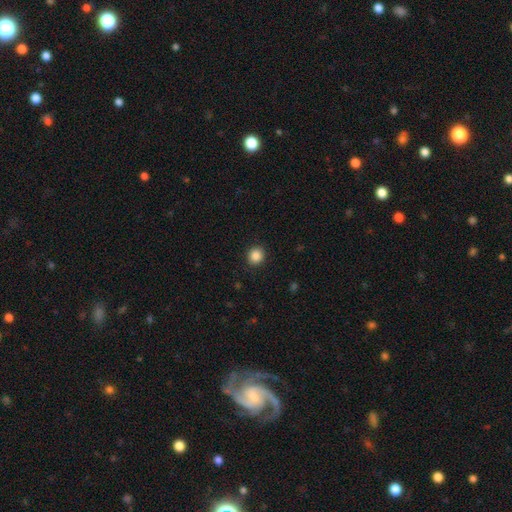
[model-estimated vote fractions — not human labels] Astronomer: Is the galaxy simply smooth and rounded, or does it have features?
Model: smooth — 87%.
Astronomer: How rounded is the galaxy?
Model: round — 86%.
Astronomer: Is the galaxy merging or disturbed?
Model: none — 91%.